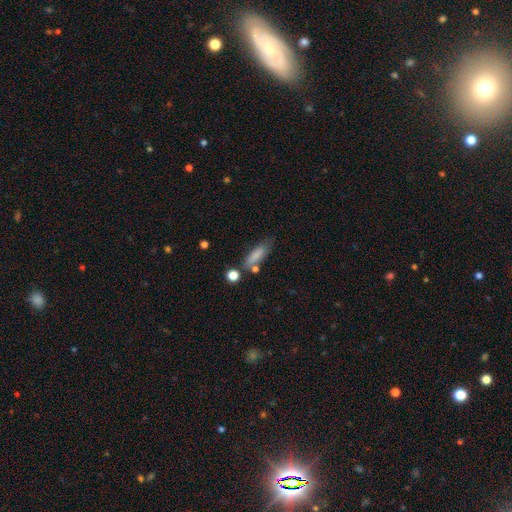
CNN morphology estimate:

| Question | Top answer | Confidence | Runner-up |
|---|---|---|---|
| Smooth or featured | smooth | 81% | featured or disk (11%) |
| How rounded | cigar-shaped | 50% | in between (47%) |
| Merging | none | 60% | minor disturbance (21%) |